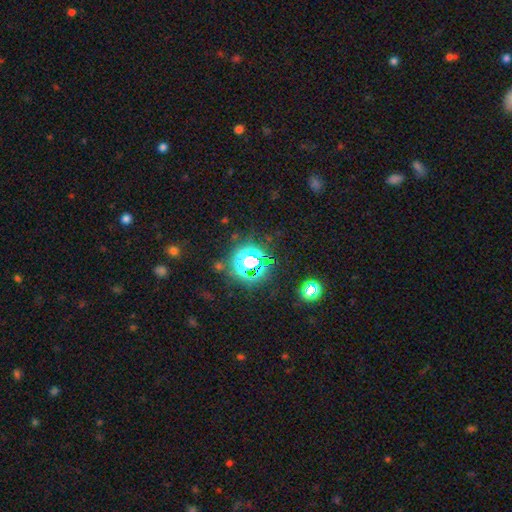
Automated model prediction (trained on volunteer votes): Morphology: type=star or artifact (77%).